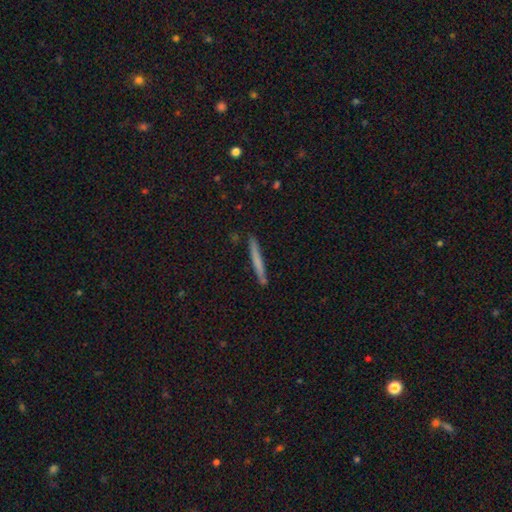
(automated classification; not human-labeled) Smooth or featured?
  - smooth: 62% *
  - featured or disk: 32%
  - star or artifact: 7%
How rounded?
  - cigar-shaped: 97% *
  - in between: 2%
  - round: 1%
Merging?
  - none: 90% *
  - minor disturbance: 7%
  - merger: 1%
  - major disturbance: 1%